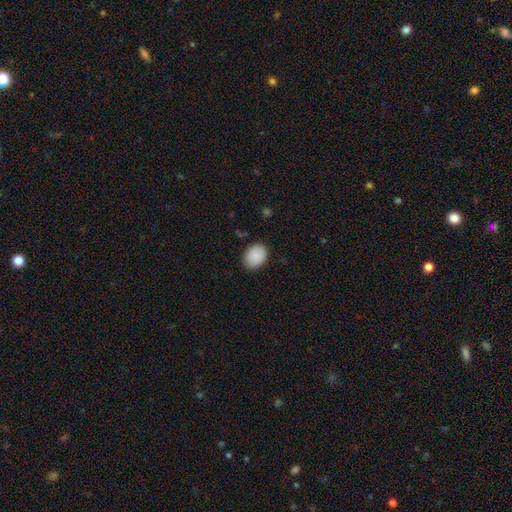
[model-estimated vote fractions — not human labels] Smooth or featured? Predicted: smooth (p=0.88). How rounded? Predicted: in between (p=0.64). Merging? Predicted: none (p=0.85).